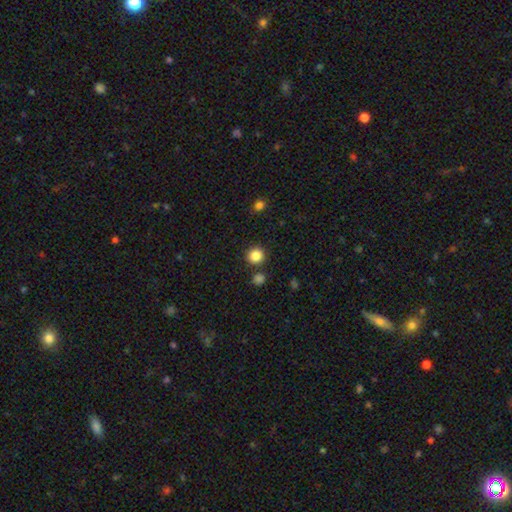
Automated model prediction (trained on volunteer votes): Smooth or featured?
  - smooth: 85% *
  - star or artifact: 11%
  - featured or disk: 4%
How rounded?
  - round: 93% *
  - in between: 6%
  - cigar-shaped: 1%
Merging?
  - none: 87% *
  - minor disturbance: 6%
  - merger: 5%
  - major disturbance: 2%